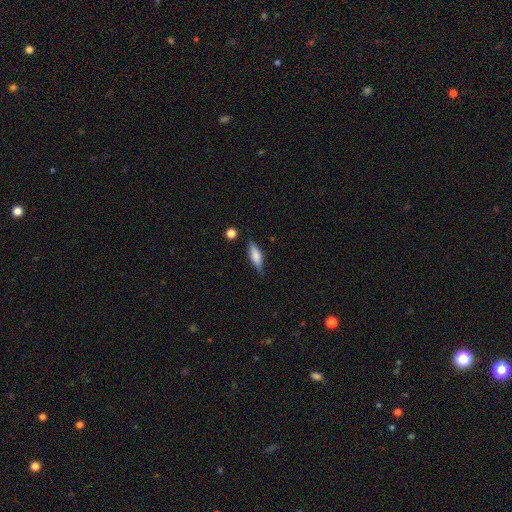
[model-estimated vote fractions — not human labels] A smooth galaxy with no disk features (76%) that is in between round and cigar-shaped (58%).

Vote fractions:
- Smooth or featured? smooth: 76% / featured or disk: 18% / star or artifact: 7%
- How rounded? in between: 58% / cigar-shaped: 40% / round: 2%
- Merging? none: 75% / minor disturbance: 19% / major disturbance: 4% / merger: 3%